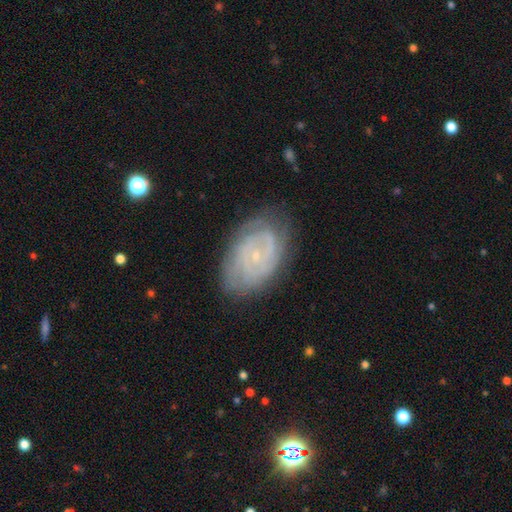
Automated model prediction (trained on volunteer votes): featured or disk 78%, smooth 15%, star or artifact 7%. Down the decision tree: edge-on disk — no (96%); bar — no (72%); spiral arms — yes (87%); spiral arm count — can't tell (44%); spiral winding — tight (70%); bulge size — small (85%); merging — none (75%).